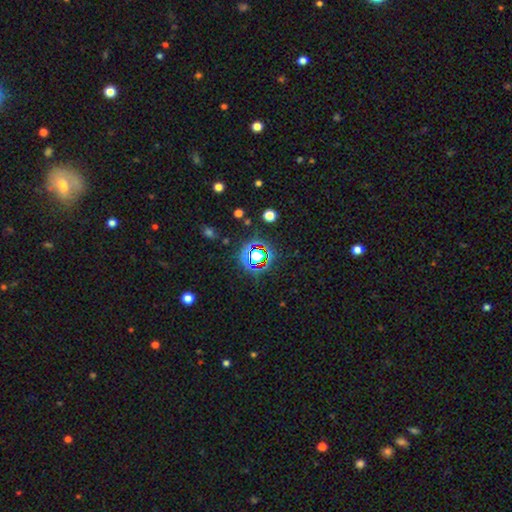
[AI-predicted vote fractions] smooth_or_featured: star or artifact (p=0.68) [alt: smooth p=0.22]